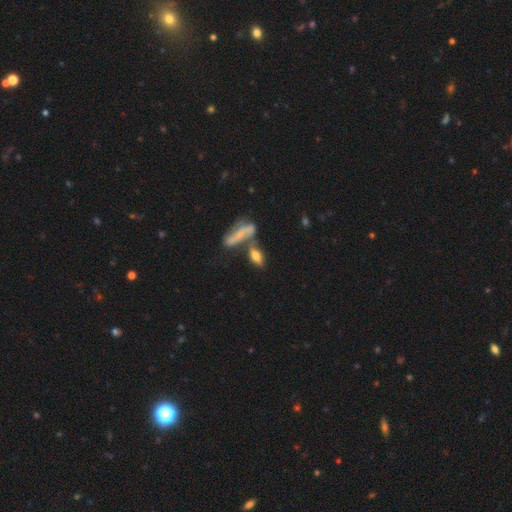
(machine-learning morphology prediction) A smooth galaxy with no disk features (61%) that is in between round and cigar-shaped (66%). Merging: none (46%).